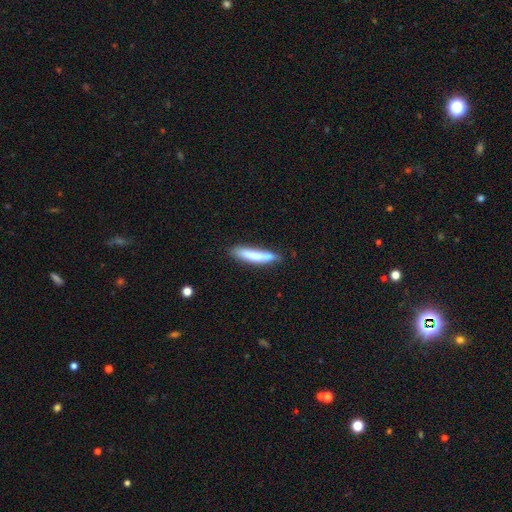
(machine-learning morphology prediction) smooth-or-featured: smooth: 71% | featured or disk: 23% | star or artifact: 6%
  how-rounded: cigar-shaped: 89% | in between: 10% | round: 1%
  merging: none: 68% | minor disturbance: 21% | merger: 7% | major disturbance: 5%